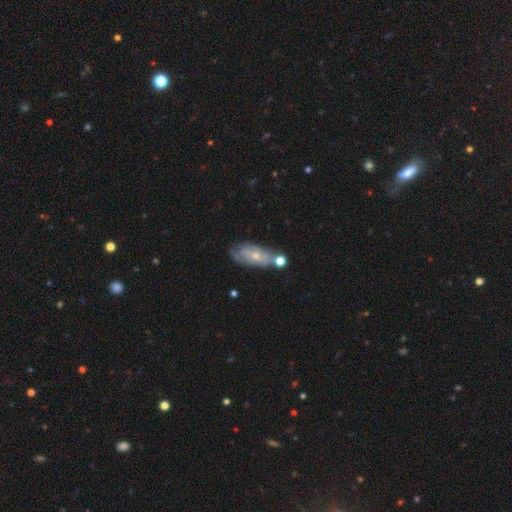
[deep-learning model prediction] Overall: featured or disk (51%; smooth 41%). Edge-on disk: no (87%). Merging: none (46%; minor disturbance 25%).